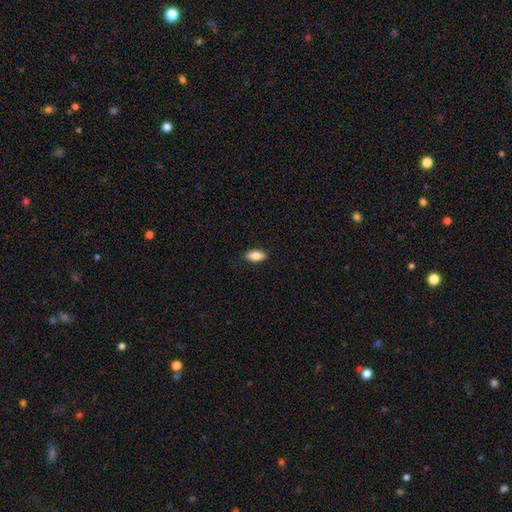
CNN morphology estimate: smooth-or-featured: smooth: 84% | featured or disk: 9% | star or artifact: 7%
  how-rounded: in between: 88% | cigar-shaped: 9% | round: 3%
  merging: none: 89% | minor disturbance: 8% | major disturbance: 2% | merger: 1%